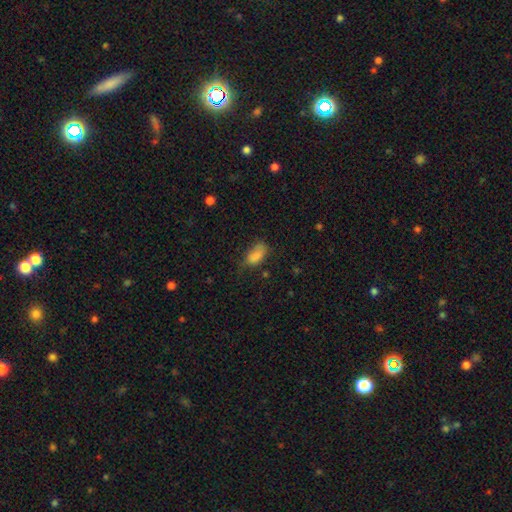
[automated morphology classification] smooth 82%, star or artifact 10%, featured or disk 8%. Down the decision tree: how rounded — in between (90%); merging — none (47%).